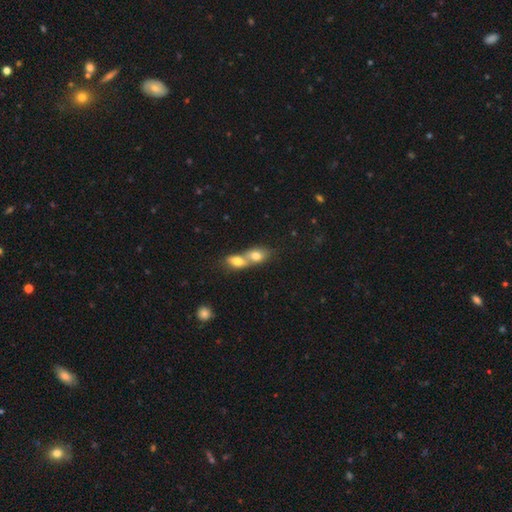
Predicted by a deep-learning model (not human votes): Overall: smooth (76%). How rounded: in between (68%; round 29%). Merging: merger (76%).